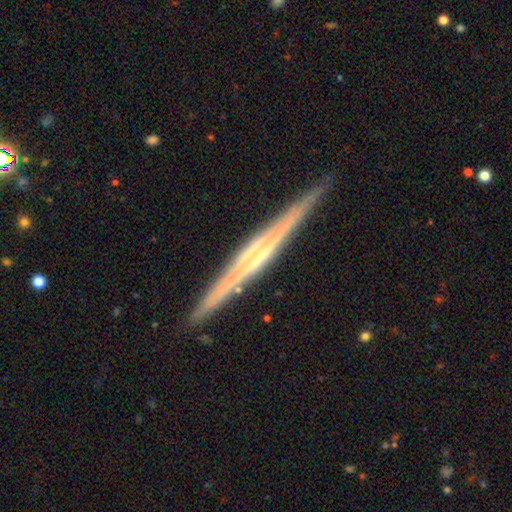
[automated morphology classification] featured or disk 83%, smooth 11%, star or artifact 6%. Down the decision tree: edge-on disk — yes (98%); edge-on bulge — rounded (37%); merging — none (91%).